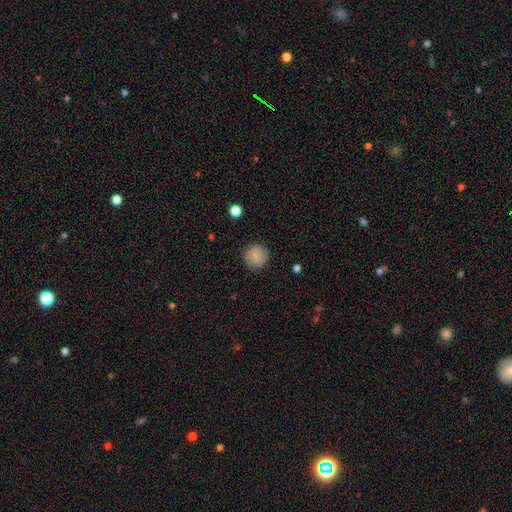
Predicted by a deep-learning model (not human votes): smooth_or_featured: smooth (p=0.82) [alt: featured or disk p=0.10]
how_rounded: round (p=0.93) [alt: in between p=0.06]
merging: none (p=0.88) [alt: minor disturbance p=0.09]